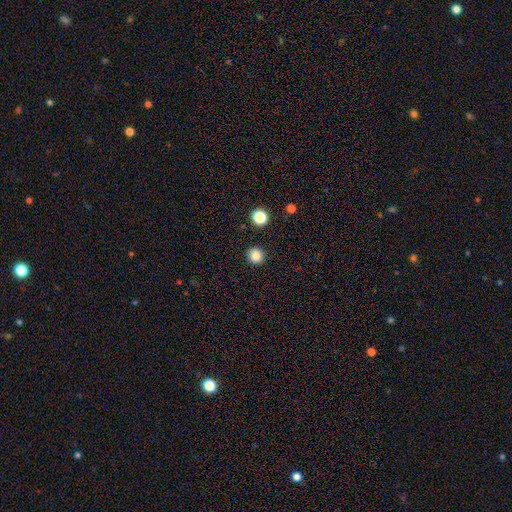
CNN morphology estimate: Overall: smooth (86%). How rounded: round (95%). Merging: none (92%).